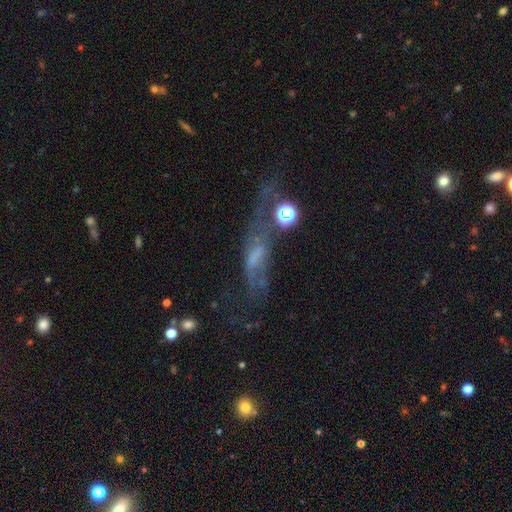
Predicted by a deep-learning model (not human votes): The model was most divided on "merging": none: 36%, major disturbance: 34%, minor disturbance: 19%, merger: 11%. More confident: edge-on disk — no (69%); smooth or featured — featured or disk (53%).